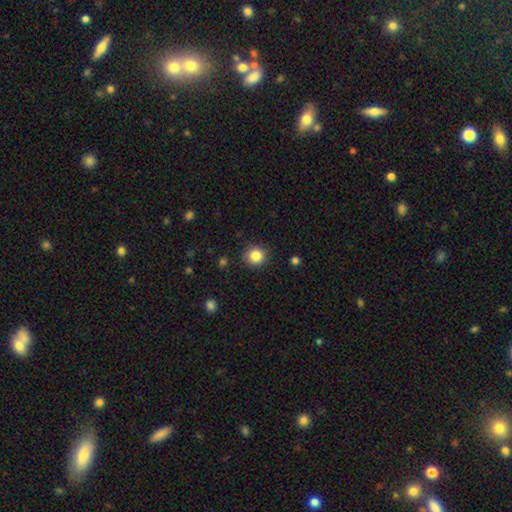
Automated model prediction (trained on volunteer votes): Smooth or featured? smooth (85%)
How rounded? round (84%)
Merging? none (87%)